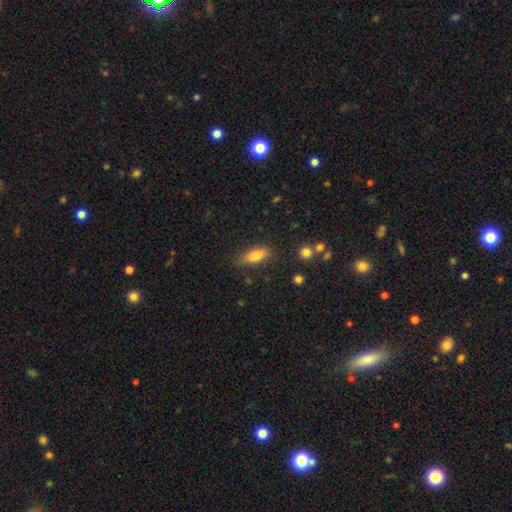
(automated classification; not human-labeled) This is likely a smooth galaxy (76%). How rounded: likely in between (72%). Merging: likely none (75%).